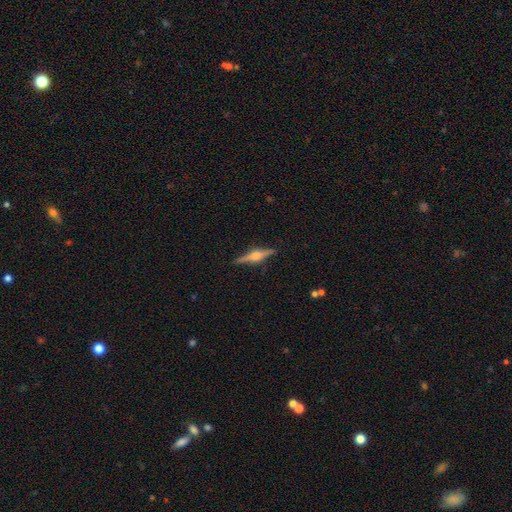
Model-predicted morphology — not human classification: smooth_or_featured: featured or disk (p=0.78) [alt: smooth p=0.15]
disk_edge_on: yes (p=0.98) [alt: no p=0.02]
edge_on_bulge: rounded (p=0.89) [alt: boxy p=0.08]
merging: none (p=0.89) [alt: minor disturbance p=0.08]